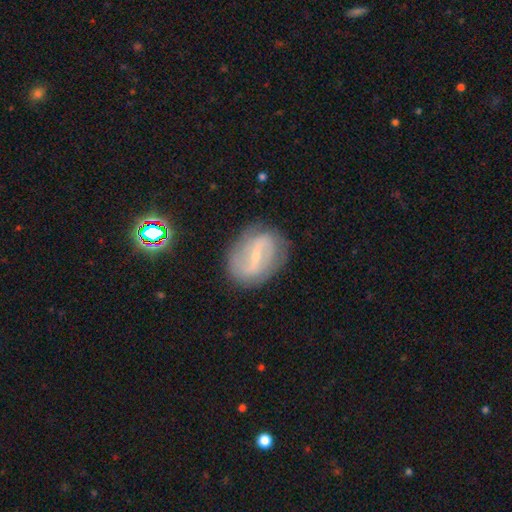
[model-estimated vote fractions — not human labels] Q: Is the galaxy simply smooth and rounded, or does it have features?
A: featured or disk — 76%.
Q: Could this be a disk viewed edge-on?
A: no — 95%.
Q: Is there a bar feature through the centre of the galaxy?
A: strong — 46%.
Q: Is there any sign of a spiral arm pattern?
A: yes — 80%.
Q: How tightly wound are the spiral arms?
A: medium — 39%.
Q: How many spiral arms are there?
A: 2 — 73%.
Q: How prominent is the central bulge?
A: small — 76%.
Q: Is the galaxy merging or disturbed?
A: none — 77%.